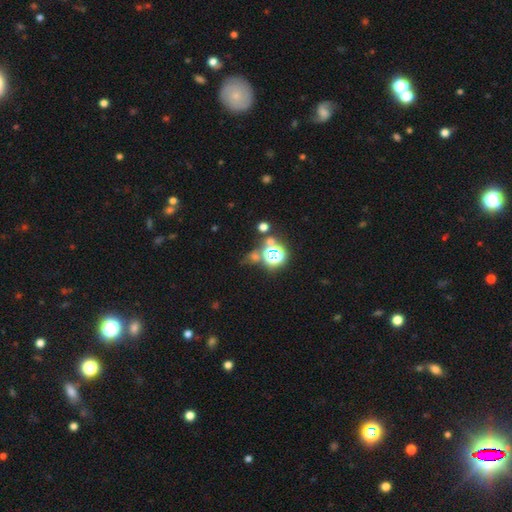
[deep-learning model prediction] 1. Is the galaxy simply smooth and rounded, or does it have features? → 69% star or artifact, 21% smooth, 10% featured or disk.